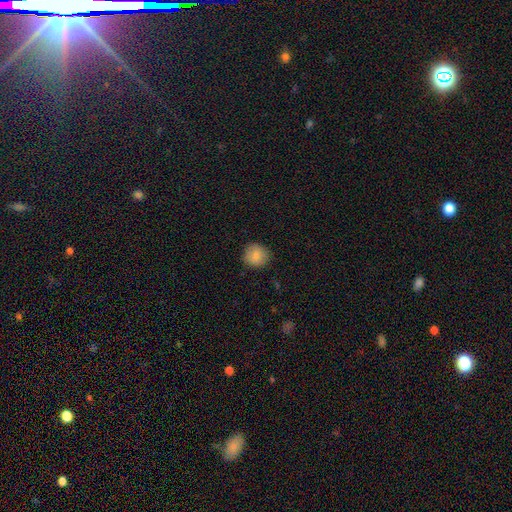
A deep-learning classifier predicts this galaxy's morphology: smooth_or_featured: smooth (p=0.85) [alt: star or artifact p=0.09]
how_rounded: round (p=0.89) [alt: in between p=0.10]
merging: none (p=0.87) [alt: minor disturbance p=0.10]